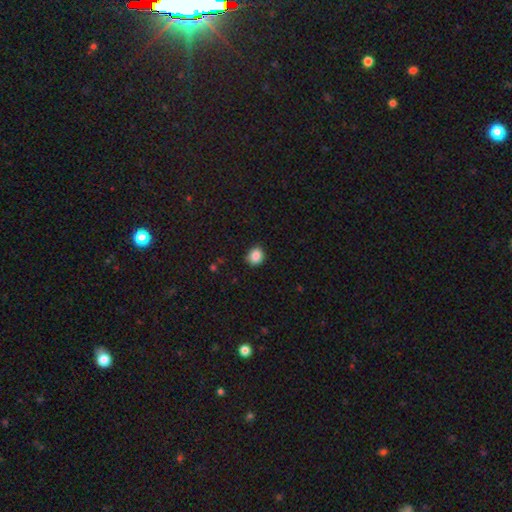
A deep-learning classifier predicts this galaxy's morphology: Overall: smooth (88%). How rounded: round (59%; in between 40%). Merging: none (82%).